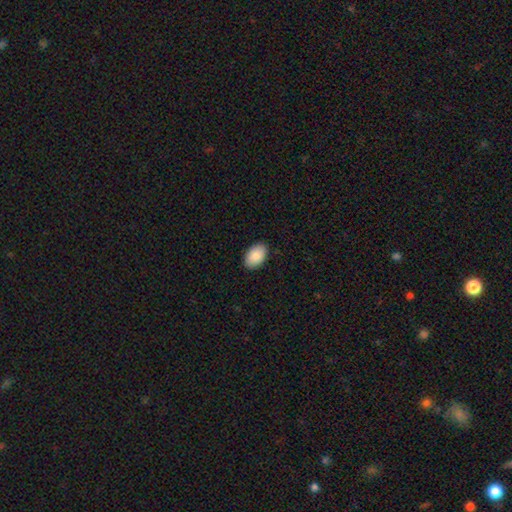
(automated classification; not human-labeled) Overall: smooth (90%). How rounded: in between (93%). Merging: none (89%).